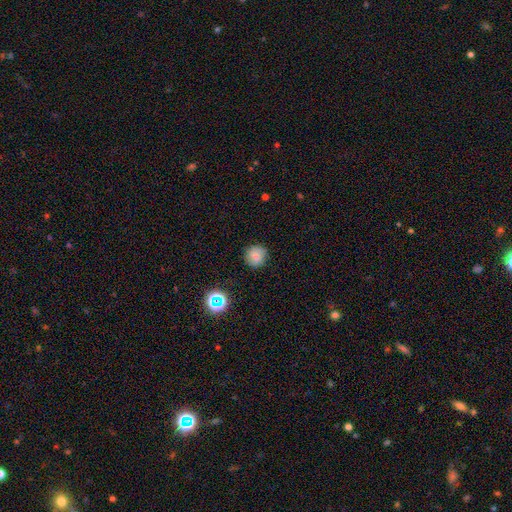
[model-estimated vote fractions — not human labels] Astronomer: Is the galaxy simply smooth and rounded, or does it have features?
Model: smooth — 79%.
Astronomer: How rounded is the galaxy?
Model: round — 92%.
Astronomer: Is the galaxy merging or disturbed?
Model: none — 87%.